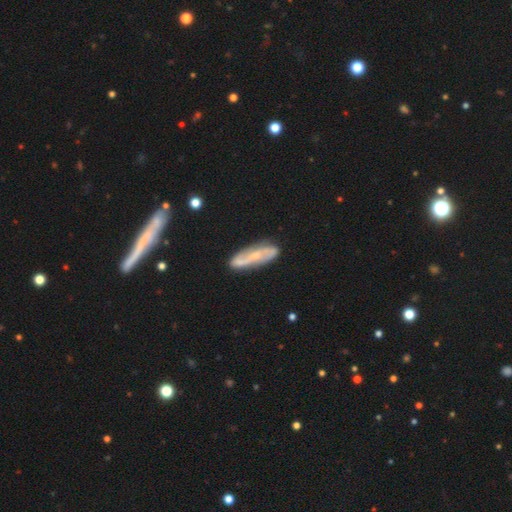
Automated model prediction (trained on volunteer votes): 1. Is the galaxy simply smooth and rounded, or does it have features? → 66% featured or disk, 27% smooth, 6% star or artifact.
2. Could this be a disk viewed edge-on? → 77% no, 23% yes.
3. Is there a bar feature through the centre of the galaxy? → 41% no, 37% weak, 22% strong.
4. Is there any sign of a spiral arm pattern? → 87% yes, 13% no.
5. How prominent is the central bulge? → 59% small, 26% moderate, 12% none, 2% large, 1% dominant.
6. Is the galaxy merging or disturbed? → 79% none, 15% minor disturbance, 4% major disturbance, 3% merger.